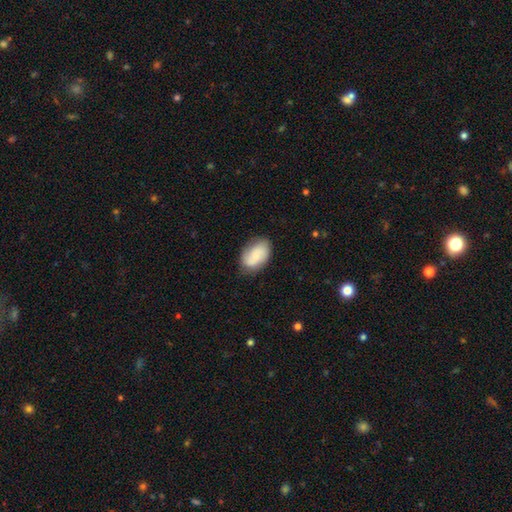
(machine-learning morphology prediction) type=smooth (73%); roundness=in between (90%); merging=none (74%).